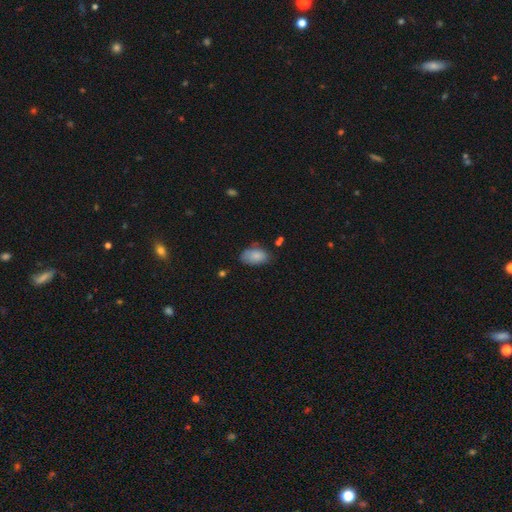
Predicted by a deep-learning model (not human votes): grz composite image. It shows a smooth galaxy with no disk features (85%) that is in between round and cigar-shaped (93%). Merging: none (64%).